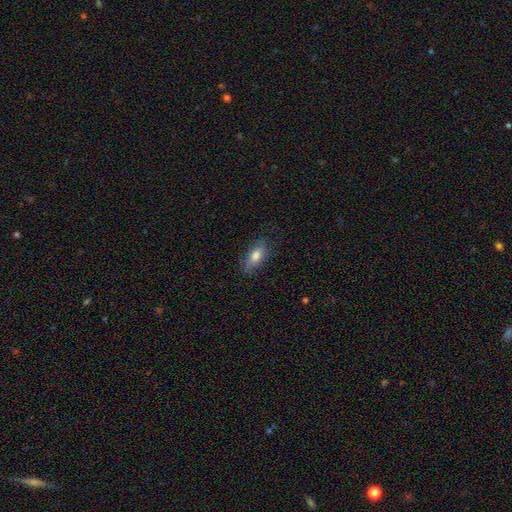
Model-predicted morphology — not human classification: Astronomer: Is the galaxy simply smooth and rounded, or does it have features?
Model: smooth — 76%.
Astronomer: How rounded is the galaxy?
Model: in between — 81%.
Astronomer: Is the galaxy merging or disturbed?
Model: none — 76%.